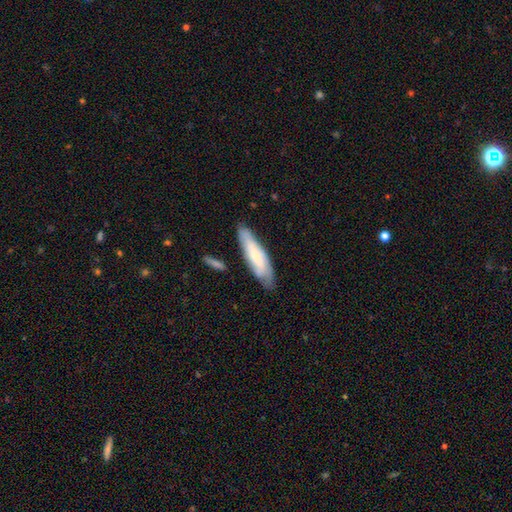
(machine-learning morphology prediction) A smooth galaxy with no disk features (51%) that is cigar-shaped (65%).

Vote fractions:
- Smooth or featured? smooth: 51% / featured or disk: 43% / star or artifact: 6%
- How rounded? cigar-shaped: 65% / in between: 33% / round: 2%
- Merging? none: 74% / minor disturbance: 19% / major disturbance: 4% / merger: 3%